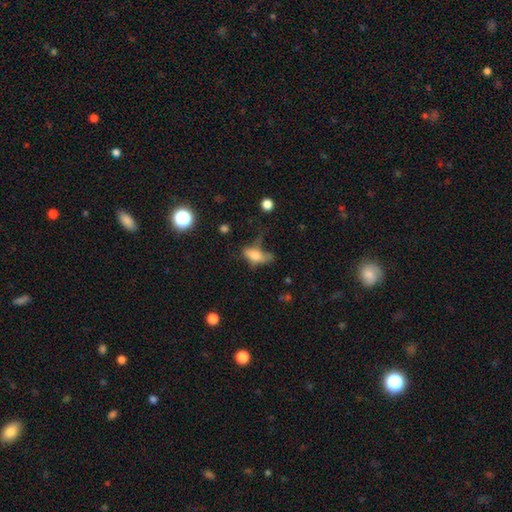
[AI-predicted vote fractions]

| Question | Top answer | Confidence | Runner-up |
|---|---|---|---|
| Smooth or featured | smooth | 63% | featured or disk (26%) |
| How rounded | in between | 78% | cigar-shaped (14%) |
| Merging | major disturbance | 32% | tied: none (32%) |